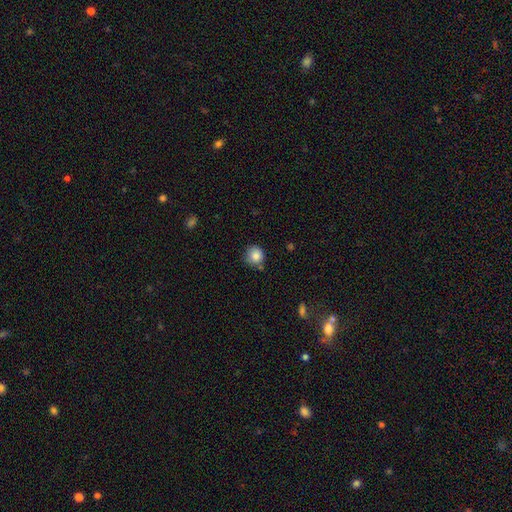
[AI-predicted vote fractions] smooth-or-featured: smooth: 85% | star or artifact: 10% | featured or disk: 5%
  how-rounded: round: 92% | in between: 7% | cigar-shaped: 1%
  merging: none: 75% | minor disturbance: 15% | merger: 6% | major disturbance: 3%